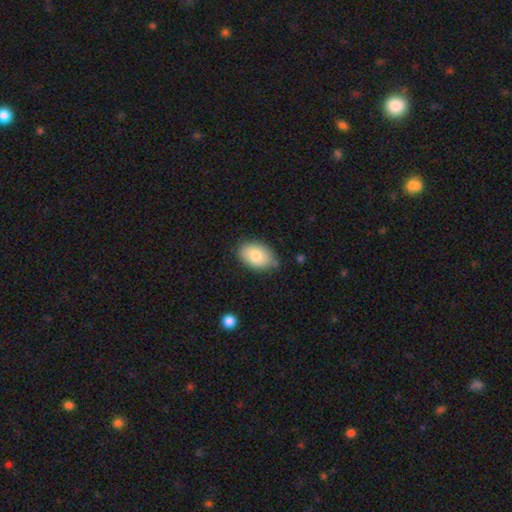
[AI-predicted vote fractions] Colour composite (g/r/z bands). It shows a smooth galaxy with no disk features (82%) that is in between round and cigar-shaped (89%). Merging: none (78%).